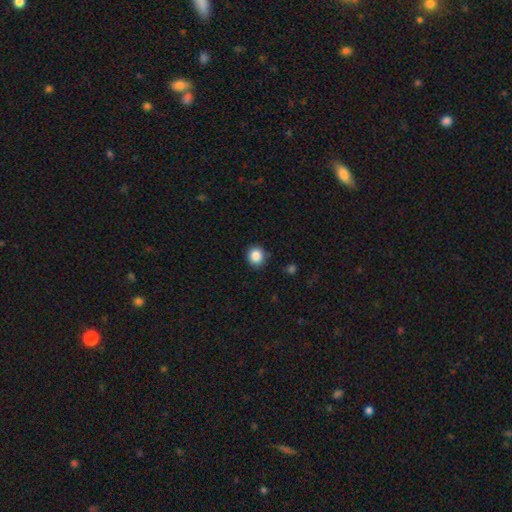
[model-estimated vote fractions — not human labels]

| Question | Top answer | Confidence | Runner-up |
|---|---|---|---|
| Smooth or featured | smooth | 86% | star or artifact (10%) |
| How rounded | round | 91% | in between (8%) |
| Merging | none | 88% | minor disturbance (8%) |